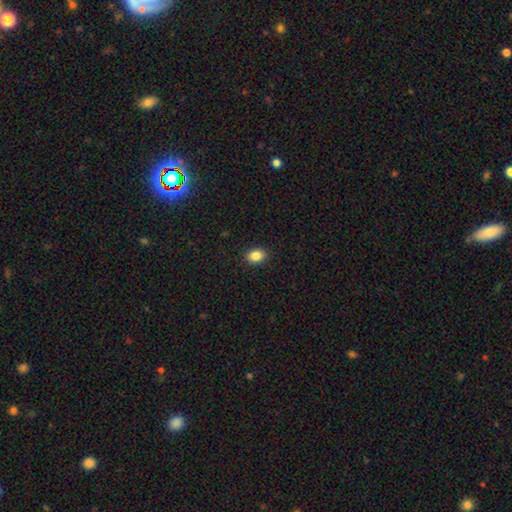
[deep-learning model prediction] Q: Smooth or featured?
A: smooth (86%); runner-up: star or artifact (10%)
Q: How rounded?
A: in between (61%); runner-up: round (38%)
Q: Merging?
A: none (91%); runner-up: minor disturbance (6%)